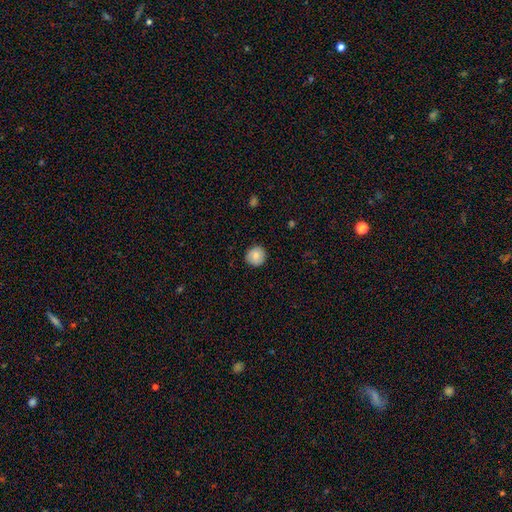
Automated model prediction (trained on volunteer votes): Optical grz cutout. It shows a smooth galaxy with no disk features (83%) that is round (93%). Merging: none (89%).